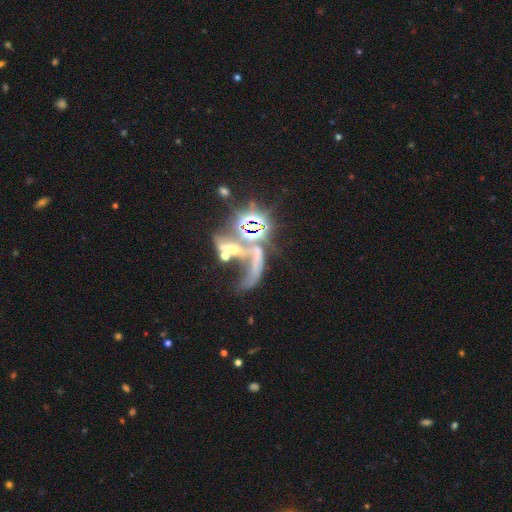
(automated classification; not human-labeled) smooth_or_featured: star or artifact (p=0.43) [alt: featured or disk p=0.41]